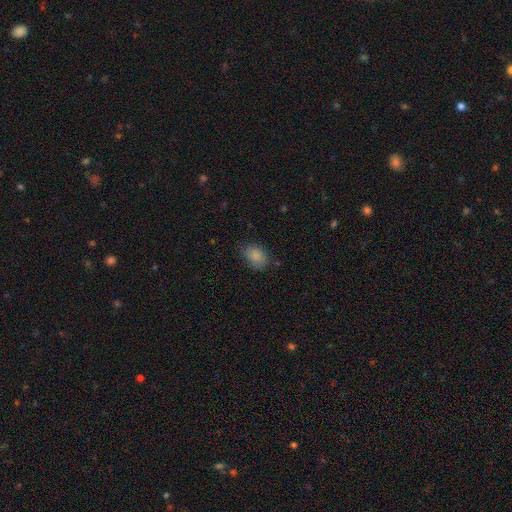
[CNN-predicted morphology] Smooth or featured?
  - smooth: 83% *
  - star or artifact: 9%
  - featured or disk: 8%
How rounded?
  - in between: 78% *
  - round: 20%
  - cigar-shaped: 1%
Merging?
  - none: 65% *
  - minor disturbance: 26%
  - major disturbance: 7%
  - merger: 2%